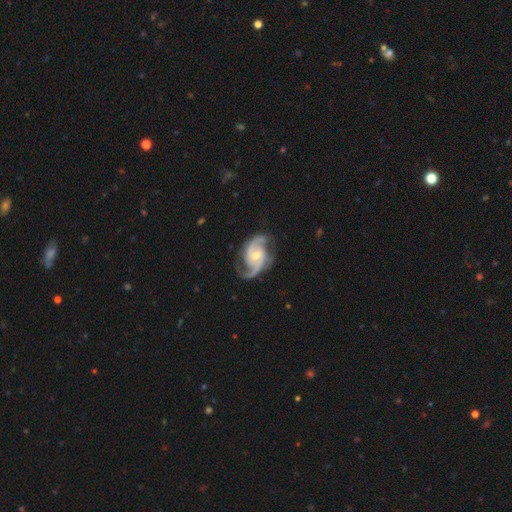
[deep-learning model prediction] smooth-or-featured: featured or disk: 92% | star or artifact: 4% | smooth: 4%
  disk-edge-on: no: 98% | yes: 2%
    bar: weak: 46% | no: 41% | strong: 13%
    has-spiral-arms: yes: 98% | no: 2%
      spiral-winding: medium: 59% | loose: 23% | tight: 18%
      spiral-arm-count: 2: 90% | 3: 3% | can't tell: 2% | 1: 2% | 4: 1% | more than 4: 1%
    bulge-size: moderate: 50% | small: 45% | large: 2% | none: 2% | dominant: 1%
  merging: none: 75% | minor disturbance: 16% | major disturbance: 7% | merger: 1%